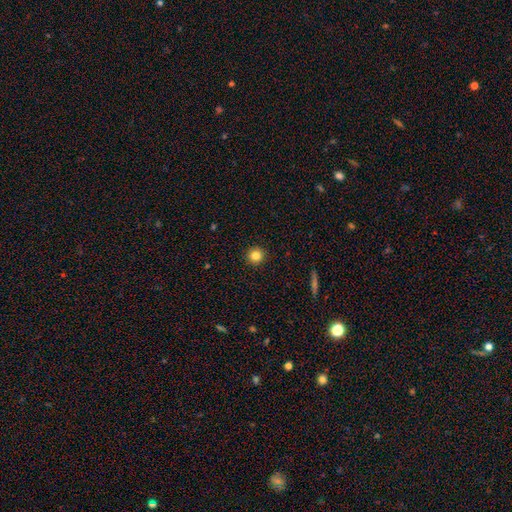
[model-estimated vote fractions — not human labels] smooth-or-featured: smooth: 83% | star or artifact: 11% | featured or disk: 6%
  how-rounded: round: 95% | in between: 4% | cigar-shaped: 1%
  merging: none: 93% | minor disturbance: 4% | major disturbance: 2% | merger: 1%